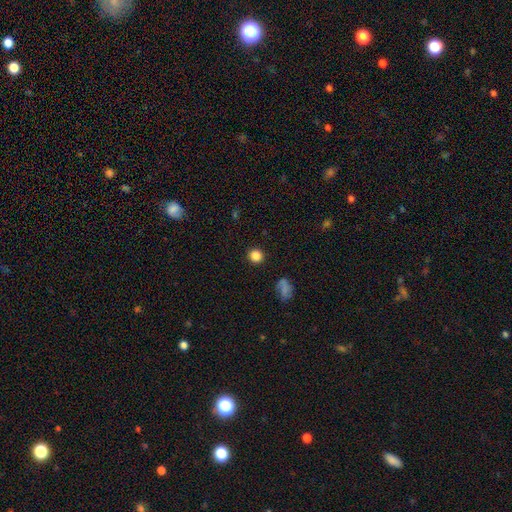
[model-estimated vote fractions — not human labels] The model was most divided on "smooth or featured": smooth: 84%, star or artifact: 11%, featured or disk: 5%. More confident: merging — none (90%); how rounded — round (89%).